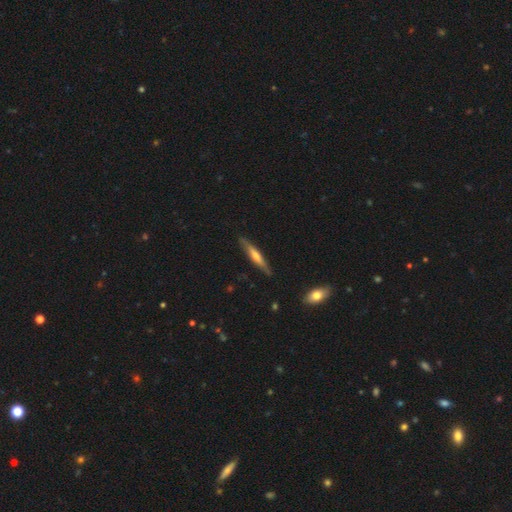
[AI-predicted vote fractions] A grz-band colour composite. It shows a featured or disk galaxy (54%) viewed edge-on (94%) with a rounded central bulge (63%). Merging: none (86%).